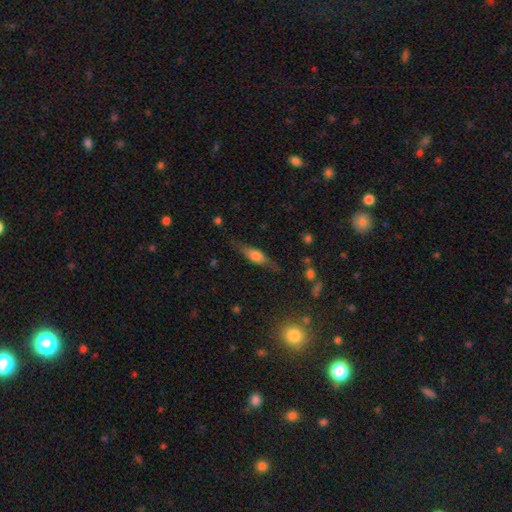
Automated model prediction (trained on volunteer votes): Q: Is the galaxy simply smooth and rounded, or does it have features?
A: featured or disk — 47%.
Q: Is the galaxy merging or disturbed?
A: none — 76%.